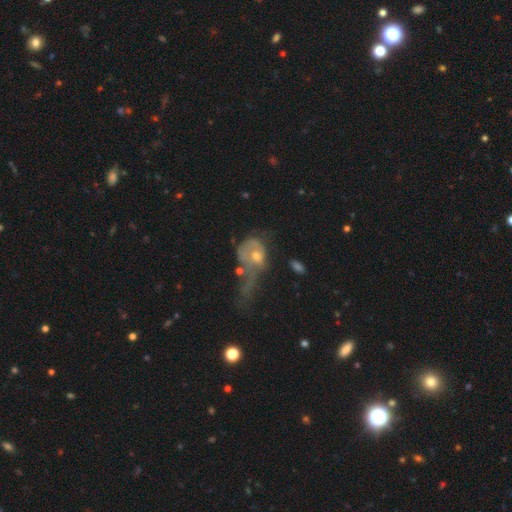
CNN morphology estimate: Smooth or featured? Predicted: featured or disk (p=0.51). Edge-on disk? Predicted: no (p=0.94). Merging? Predicted: major disturbance (p=0.53).